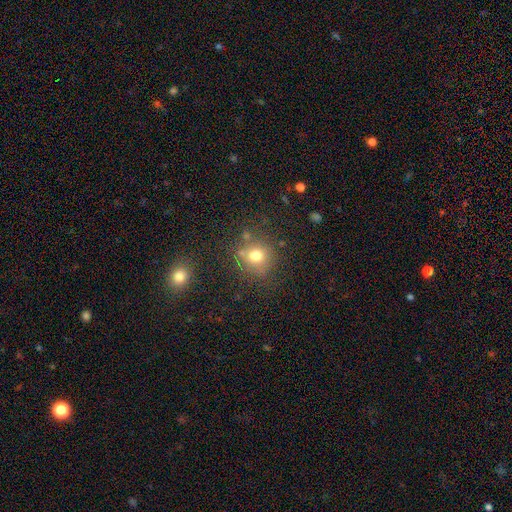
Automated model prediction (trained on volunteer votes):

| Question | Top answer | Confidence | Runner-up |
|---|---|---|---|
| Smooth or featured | smooth | 73% | star or artifact (17%) |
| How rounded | round | 86% | in between (13%) |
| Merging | none | 74% | minor disturbance (14%) |